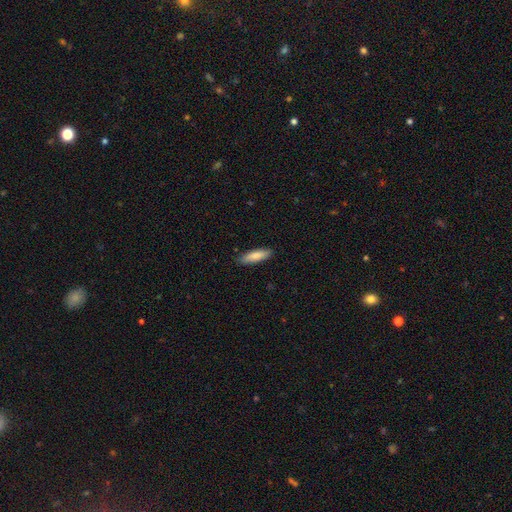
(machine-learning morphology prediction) A smooth galaxy with no disk features (82%) that is cigar-shaped (59%).

Vote fractions:
- Smooth or featured? smooth: 82% / featured or disk: 13% / star or artifact: 5%
- How rounded? cigar-shaped: 59% / in between: 40% / round: 2%
- Merging? none: 87% / minor disturbance: 10% / major disturbance: 2% / merger: 1%